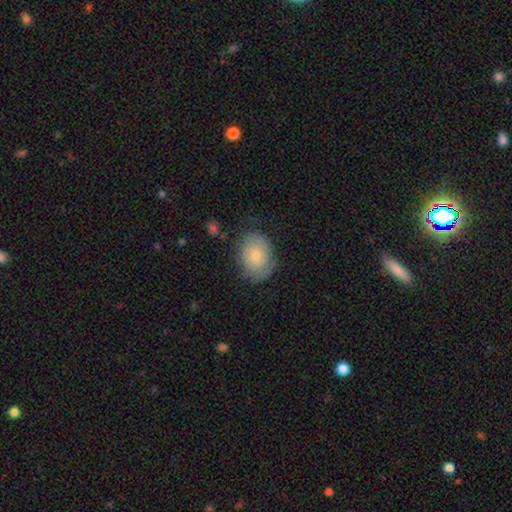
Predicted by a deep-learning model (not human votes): Smooth or featured?
  - smooth: 65% *
  - featured or disk: 28%
  - star or artifact: 7%
How rounded?
  - in between: 63% *
  - round: 36%
  - cigar-shaped: 1%
Merging?
  - none: 63% *
  - minor disturbance: 26%
  - major disturbance: 9%
  - merger: 2%